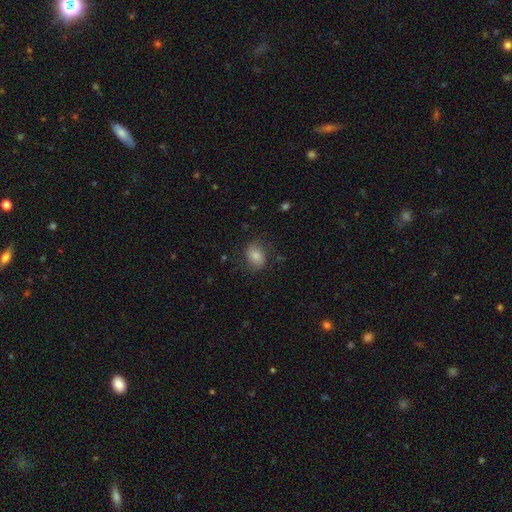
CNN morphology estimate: This is likely a smooth galaxy (79%). How rounded: likely in between (65%). Merging: likely none (72%).